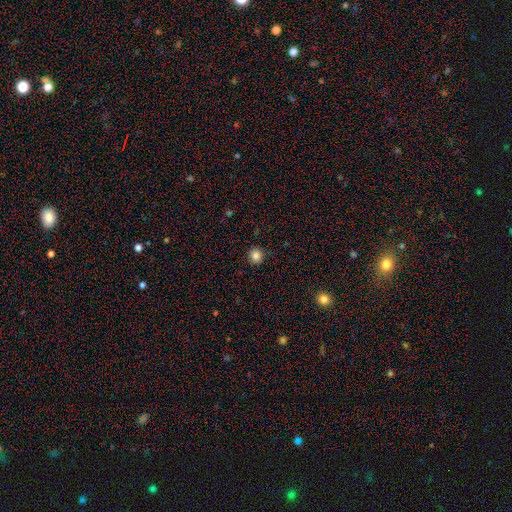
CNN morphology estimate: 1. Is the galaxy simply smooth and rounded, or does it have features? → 84% smooth, 12% star or artifact, 5% featured or disk.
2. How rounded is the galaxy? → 88% round, 11% in between, 1% cigar-shaped.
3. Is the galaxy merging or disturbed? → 89% none, 8% minor disturbance, 2% major disturbance, 1% merger.